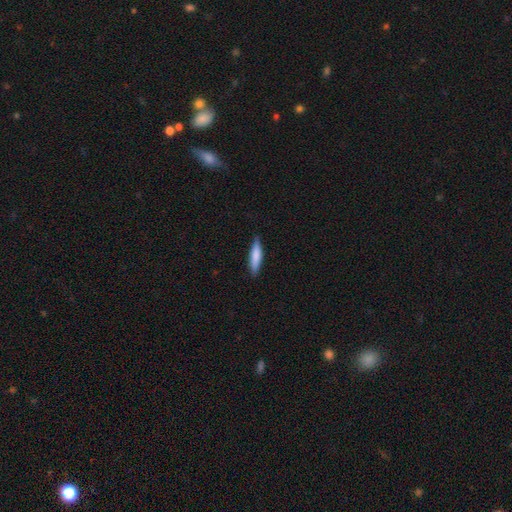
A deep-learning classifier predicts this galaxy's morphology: Q: Smooth or featured?
A: smooth (77%); runner-up: featured or disk (18%)
Q: How rounded?
A: cigar-shaped (79%); runner-up: in between (19%)
Q: Merging?
A: none (86%); runner-up: minor disturbance (11%)